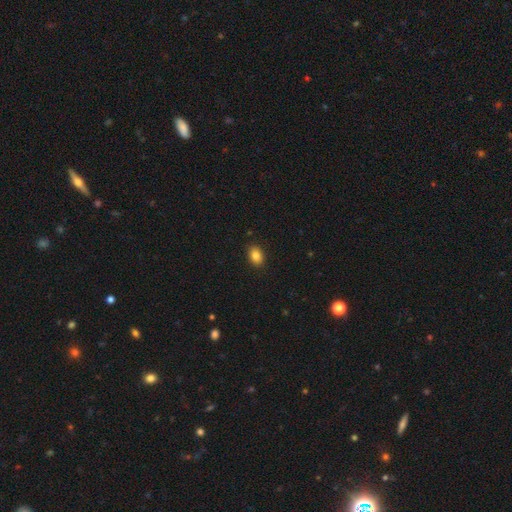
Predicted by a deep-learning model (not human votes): smooth-or-featured: smooth: 84% | star or artifact: 9% | featured or disk: 6%
  how-rounded: in between: 77% | round: 22% | cigar-shaped: 1%
  merging: none: 89% | minor disturbance: 9% | major disturbance: 2% | merger: 1%